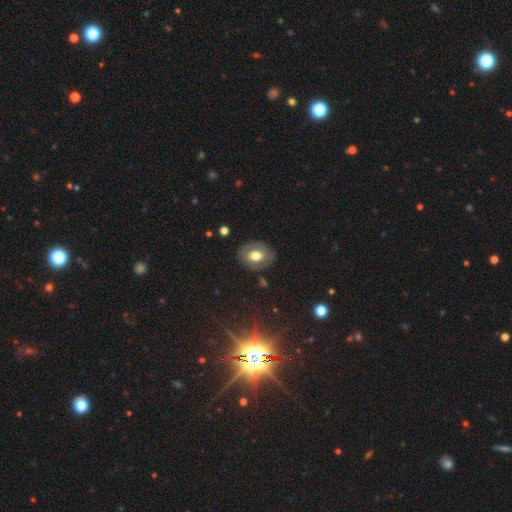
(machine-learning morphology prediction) type=smooth (53%); roundness=in between (67%); merging=none (80%).